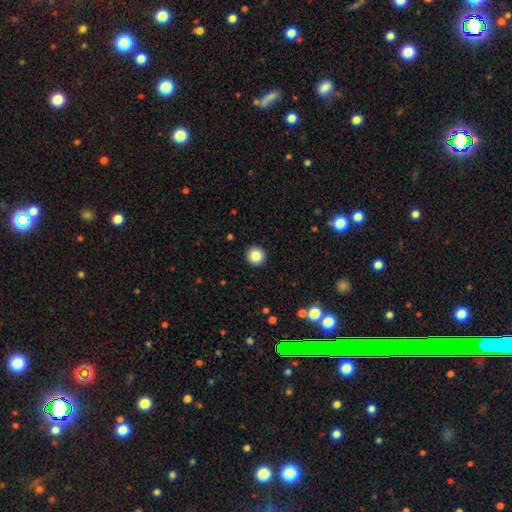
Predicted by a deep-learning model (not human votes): smooth 85%, star or artifact 10%, featured or disk 5%. Down the decision tree: how rounded — round (96%); merging — none (94%).